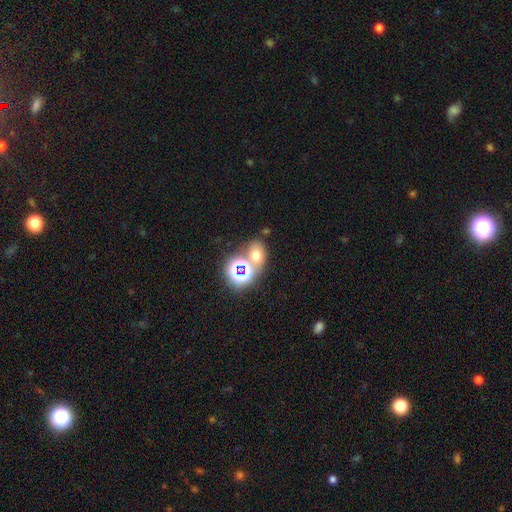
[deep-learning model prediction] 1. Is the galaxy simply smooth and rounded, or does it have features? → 57% smooth, 31% star or artifact, 12% featured or disk.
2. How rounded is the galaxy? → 56% in between, 42% round, 1% cigar-shaped.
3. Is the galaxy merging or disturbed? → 55% none, 30% merger, 10% minor disturbance, 5% major disturbance.